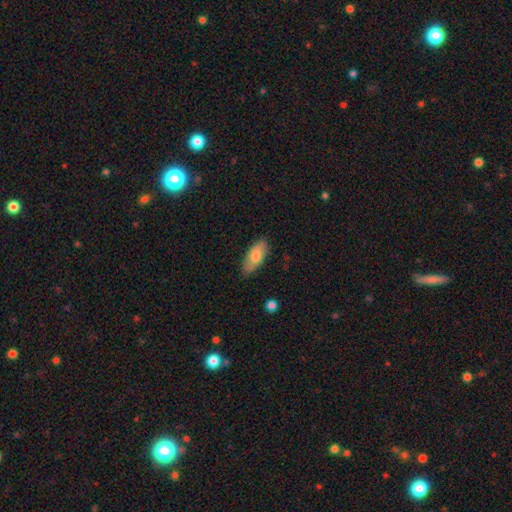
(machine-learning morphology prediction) Overall: smooth (75%). How rounded: in between (86%). Merging: none (84%).